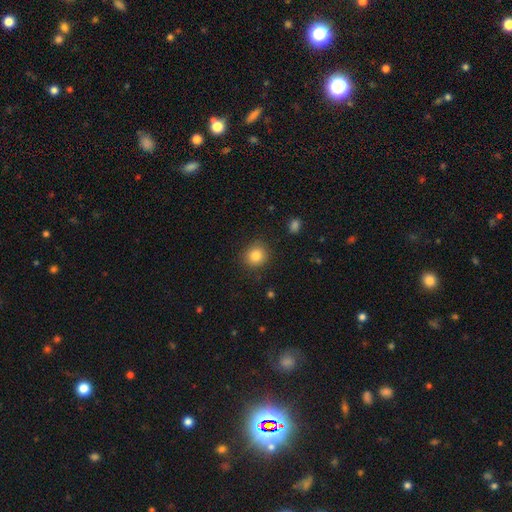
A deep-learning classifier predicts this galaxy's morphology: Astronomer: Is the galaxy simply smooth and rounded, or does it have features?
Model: smooth — 84%.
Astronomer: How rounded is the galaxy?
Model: round — 87%.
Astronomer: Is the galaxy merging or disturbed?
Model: none — 88%.